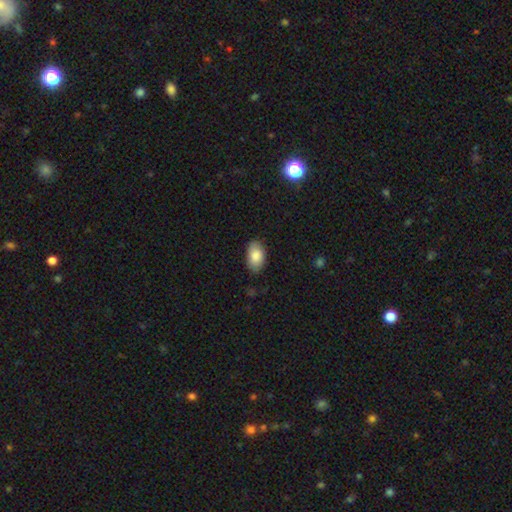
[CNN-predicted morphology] type=smooth (85%); roundness=in between (93%); merging=none (83%).